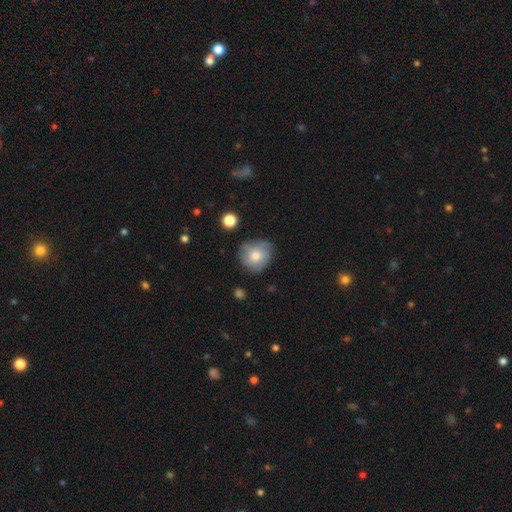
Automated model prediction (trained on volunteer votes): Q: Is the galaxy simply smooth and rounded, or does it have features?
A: smooth — 64%.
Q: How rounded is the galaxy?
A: round — 79%.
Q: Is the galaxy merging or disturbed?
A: none — 68%.